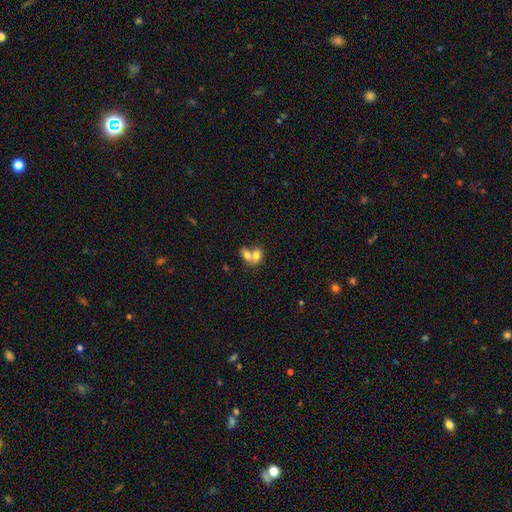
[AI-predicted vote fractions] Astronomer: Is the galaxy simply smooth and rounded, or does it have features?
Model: smooth — 73%.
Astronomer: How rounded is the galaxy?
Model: in between — 64%.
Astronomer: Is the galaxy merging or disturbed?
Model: merger — 73%.